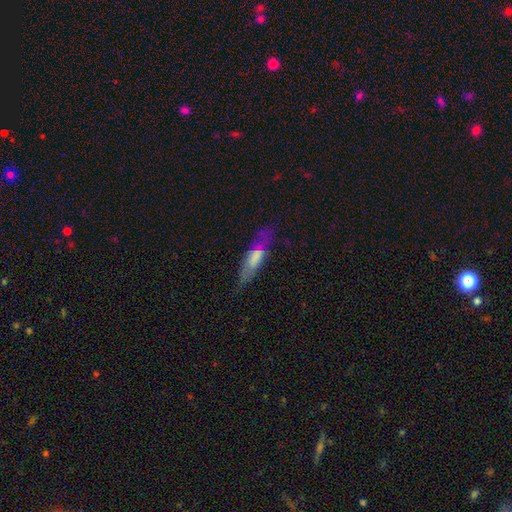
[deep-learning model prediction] smooth 54%, featured or disk 39%, star or artifact 8%. Down the decision tree: how rounded — cigar-shaped (70%); merging — none (70%).